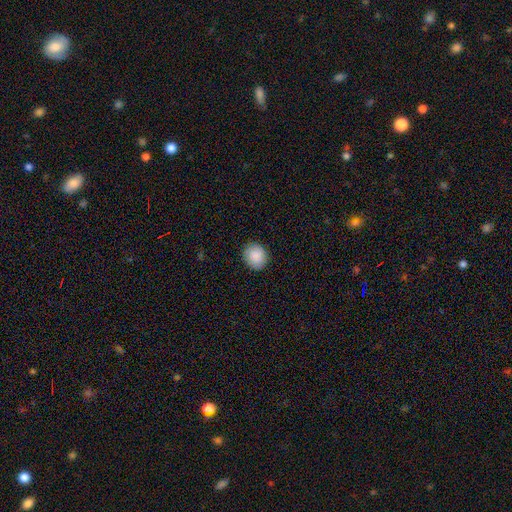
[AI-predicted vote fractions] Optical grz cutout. It shows a smooth galaxy with no disk features (89%) that is round (69%). Merging: none (88%).